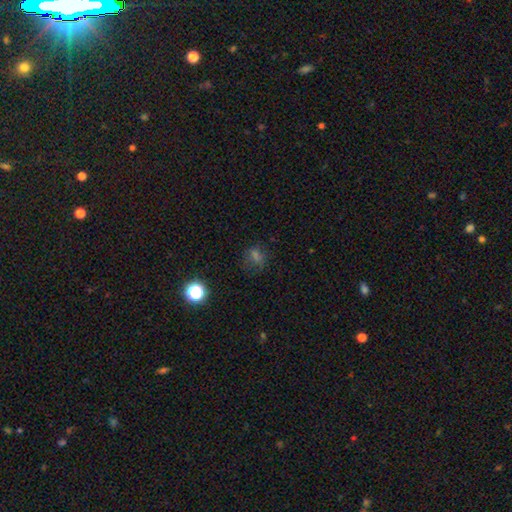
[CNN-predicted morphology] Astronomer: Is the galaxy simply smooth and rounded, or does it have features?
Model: smooth — 53% (runner-up: star or artifact, 35%).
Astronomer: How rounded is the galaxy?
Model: round — 57% (runner-up: in between, 40%).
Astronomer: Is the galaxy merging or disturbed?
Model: none — 71%.